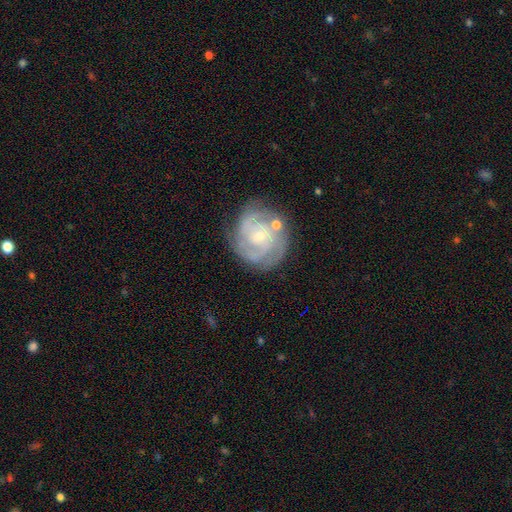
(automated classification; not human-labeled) Smooth or featured: featured or disk — 87% (smooth — 8%)
Edge-on disk: no — 98% (yes — 2%)
Bar: no — 66% (weak — 28%)
Spiral arms: yes — 97% (no — 3%)
Spiral winding: tight — 73% (medium — 23%)
Spiral arm count: 3 — 33% (2 — 23%)
Bulge size: small — 75% (moderate — 20%)
Merging: none — 73% (minor disturbance — 16%)